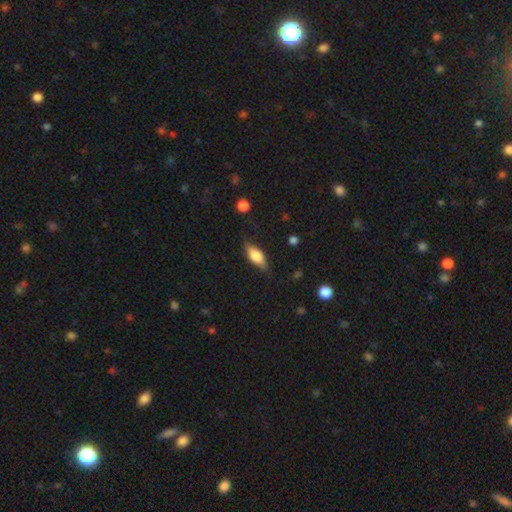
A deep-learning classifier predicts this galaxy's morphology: A smooth galaxy with no disk features (65%) that is in between round and cigar-shaped (75%). Merging: none (75%).